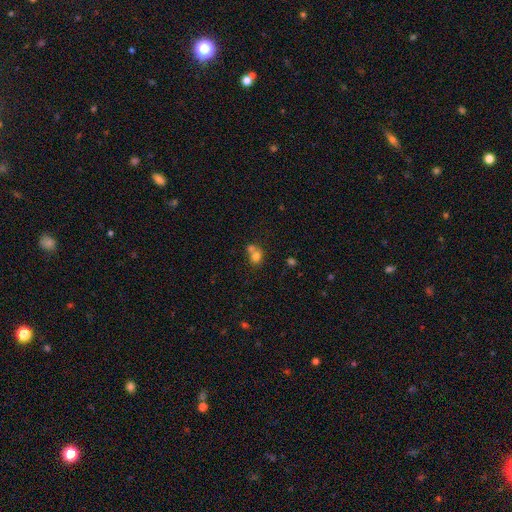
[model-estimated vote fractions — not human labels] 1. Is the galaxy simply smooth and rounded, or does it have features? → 74% smooth, 13% featured or disk, 12% star or artifact.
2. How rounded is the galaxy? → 68% round, 31% in between, 1% cigar-shaped.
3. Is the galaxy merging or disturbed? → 56% merger, 32% none, 8% minor disturbance, 4% major disturbance.